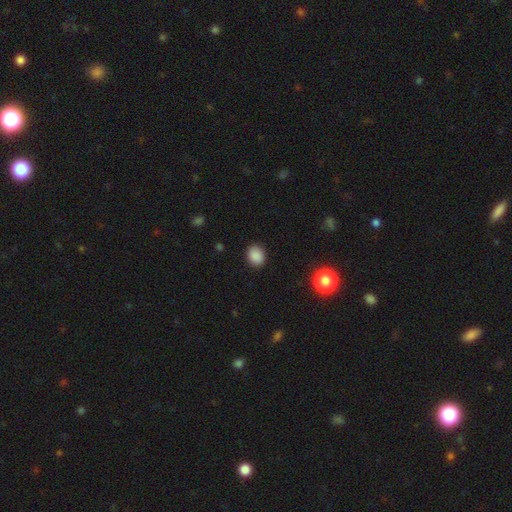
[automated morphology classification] Smooth or featured? Predicted: smooth (p=0.87). How rounded? Predicted: round (p=0.57). Merging? Predicted: none (p=0.89).